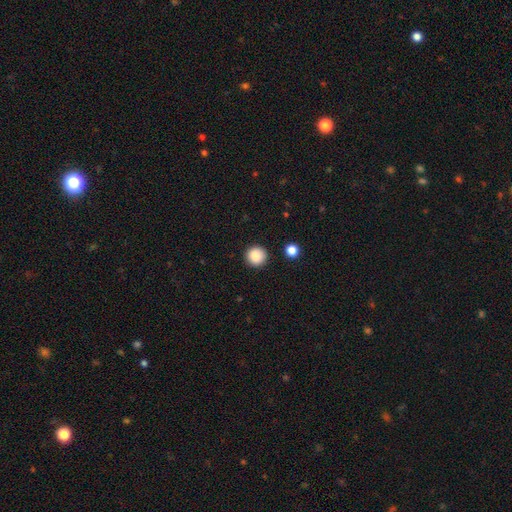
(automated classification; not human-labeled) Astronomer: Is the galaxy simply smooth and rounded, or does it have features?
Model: smooth — 88%.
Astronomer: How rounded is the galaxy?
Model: round — 96%.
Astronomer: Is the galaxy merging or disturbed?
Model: none — 91%.